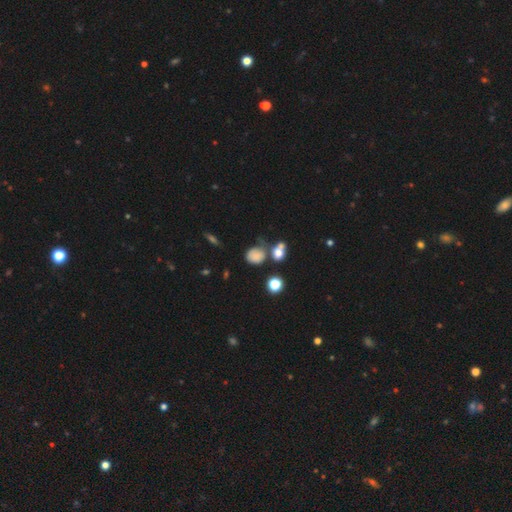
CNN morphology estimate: A smooth galaxy with no disk features (74%) that is round (69%).

Vote fractions:
- Smooth or featured? smooth: 74% / star or artifact: 14% / featured or disk: 11%
- How rounded? round: 69% / in between: 30% / cigar-shaped: 1%
- Merging? none: 49% / merger: 21% / minor disturbance: 20% / major disturbance: 10%